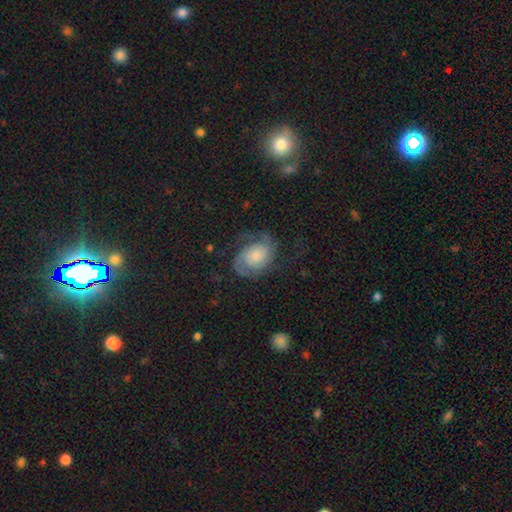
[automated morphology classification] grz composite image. It shows a featured or disk galaxy (77%) with no bar (73%), 2 (82%) medium (45%) spiral arms (95%) and a small central bulge (29%, tied with moderate). Merging: none (62%).